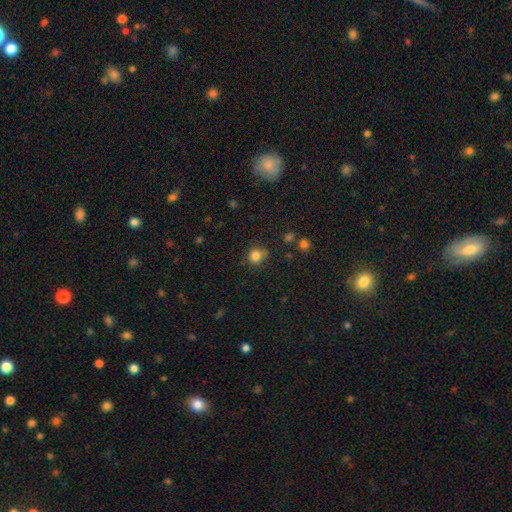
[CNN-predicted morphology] This is clearly a smooth galaxy (82%). How rounded: clearly round (81%). Merging: likely none (70%).